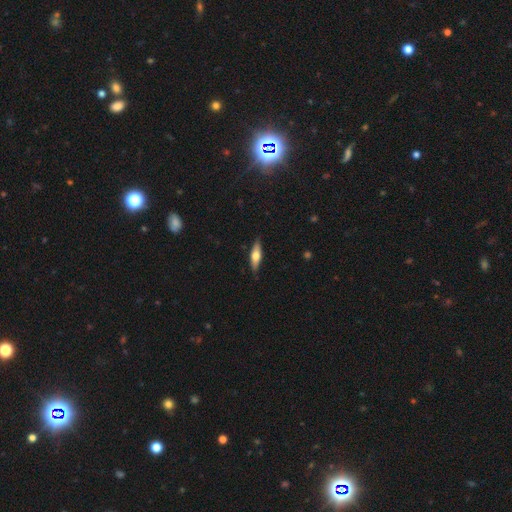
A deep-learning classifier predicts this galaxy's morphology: Overall: smooth (55%; featured or disk 39%). How rounded: cigar-shaped (53%; in between 45%). Merging: none (86%).